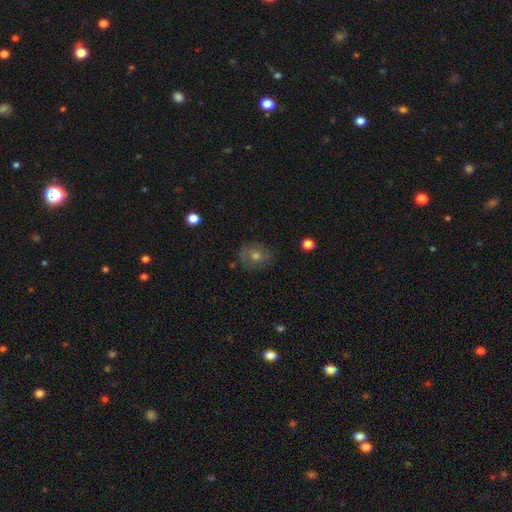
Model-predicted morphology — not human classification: smooth_or_featured: smooth (p=0.55) [alt: featured or disk p=0.26]
how_rounded: round (p=0.61) [alt: in between p=0.38]
merging: none (p=0.78) [alt: minor disturbance p=0.15]